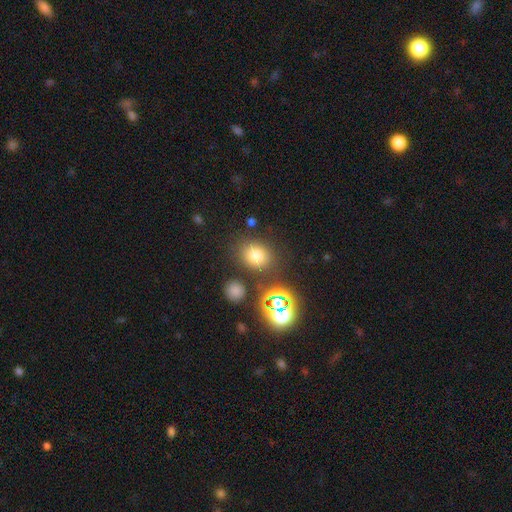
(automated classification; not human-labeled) Smooth or featured? smooth (72%)
How rounded? round (59%)
Merging? none (78%)